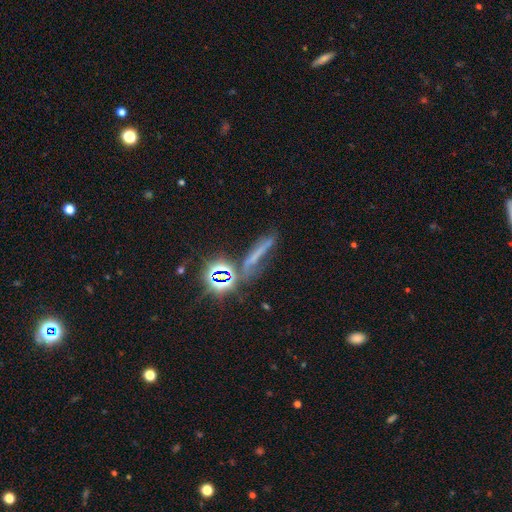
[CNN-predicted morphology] star or artifact 39%, smooth 37%, featured or disk 24%.